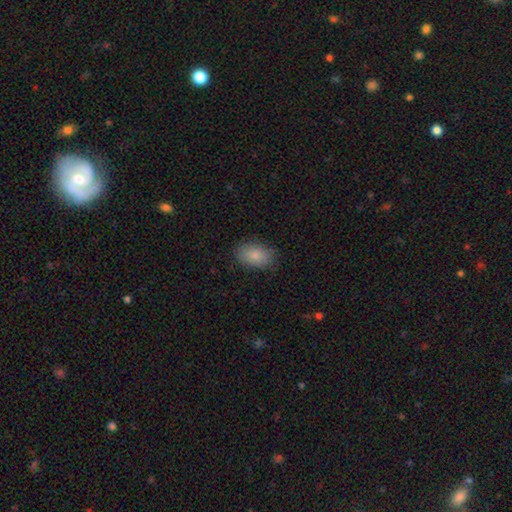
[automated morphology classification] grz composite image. It shows a smooth galaxy with no disk features (86%) that is in between round and cigar-shaped (89%). Merging: none (84%).